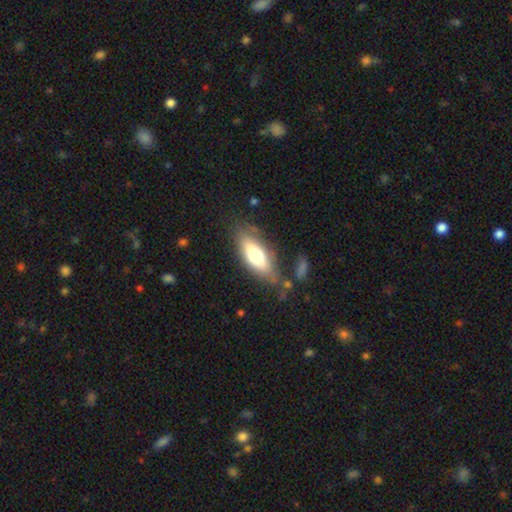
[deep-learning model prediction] Q: Smooth or featured?
A: smooth (65%); runner-up: featured or disk (28%)
Q: How rounded?
A: in between (74%); runner-up: cigar-shaped (23%)
Q: Merging?
A: none (70%); runner-up: minor disturbance (18%)